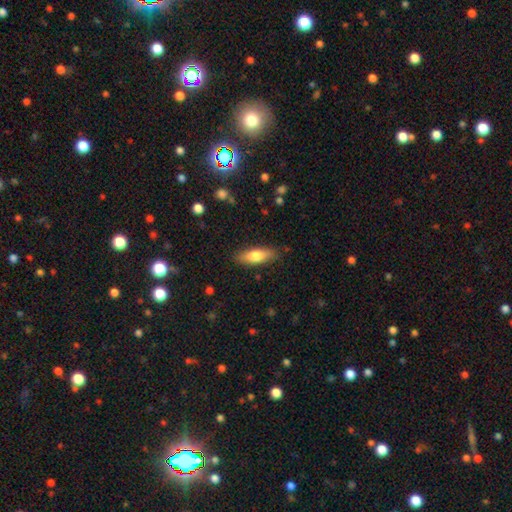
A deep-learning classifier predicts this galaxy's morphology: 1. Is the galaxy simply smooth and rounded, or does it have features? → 71% smooth, 23% featured or disk, 6% star or artifact.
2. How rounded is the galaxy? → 55% in between, 42% cigar-shaped, 2% round.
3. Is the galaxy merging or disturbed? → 85% none, 11% minor disturbance, 2% major disturbance, 1% merger.